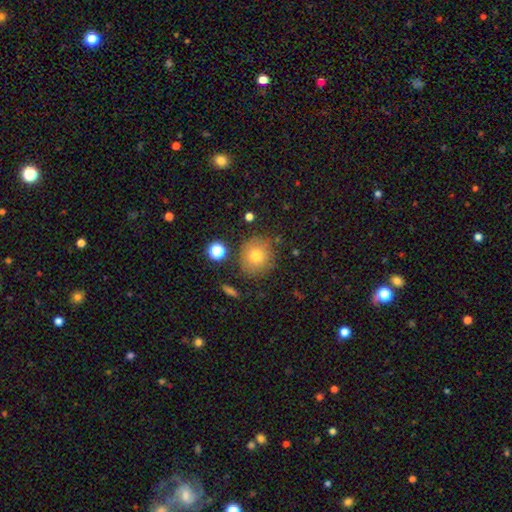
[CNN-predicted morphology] Smooth or featured?
  - smooth: 76% *
  - featured or disk: 12%
  - star or artifact: 12%
How rounded?
  - round: 89% *
  - in between: 10%
  - cigar-shaped: 1%
Merging?
  - none: 81% *
  - minor disturbance: 11%
  - merger: 4%
  - major disturbance: 4%